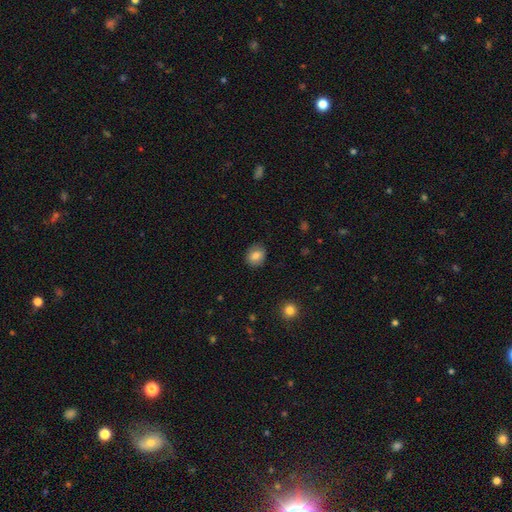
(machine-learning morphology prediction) Overall: smooth (82%). How rounded: round (57%; in between 42%). Merging: none (86%).